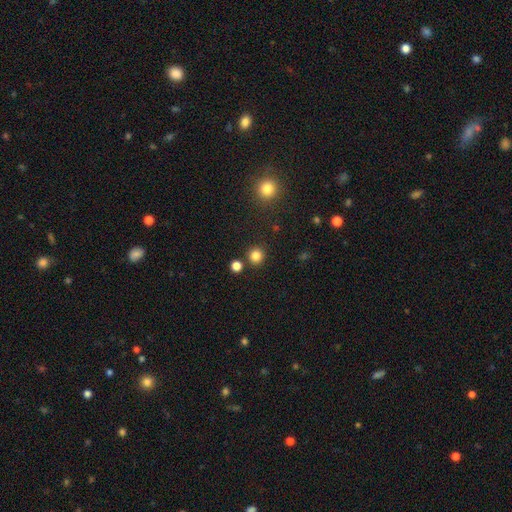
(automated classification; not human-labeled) The model was most divided on "smooth or featured": smooth: 82%, star or artifact: 13%, featured or disk: 4%. More confident: how rounded — round (94%); merging — none (86%).